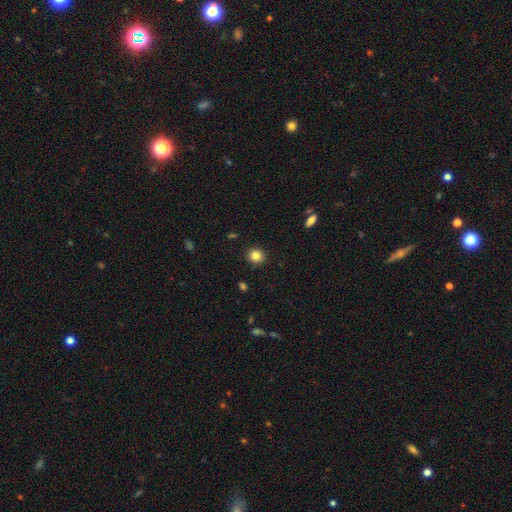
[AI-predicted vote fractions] This is clearly a smooth galaxy (83%). How rounded: clearly round (87%). Merging: clearly none (91%).